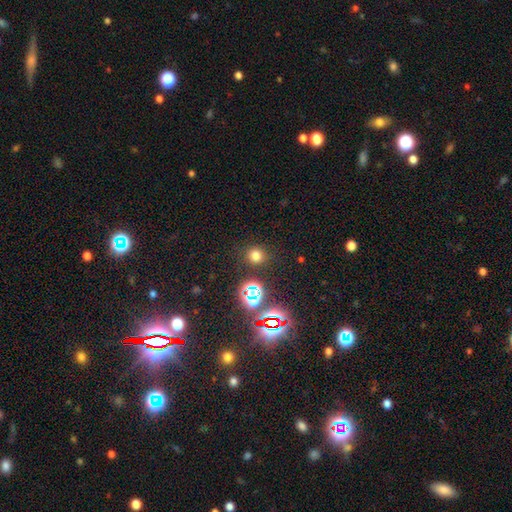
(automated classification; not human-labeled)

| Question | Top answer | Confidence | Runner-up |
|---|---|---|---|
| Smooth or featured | smooth | 70% | star or artifact (24%) |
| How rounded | round | 88% | in between (11%) |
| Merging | none | 87% | minor disturbance (7%) |